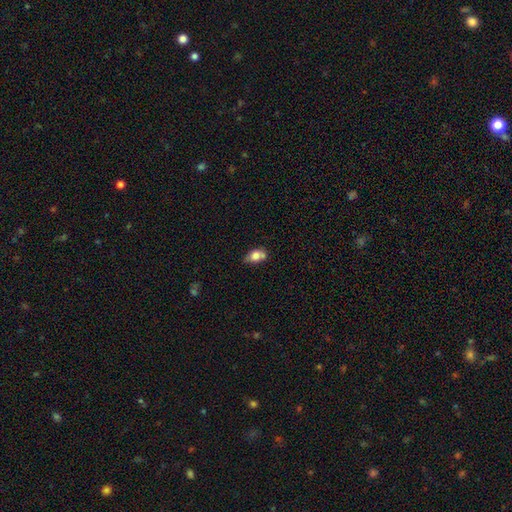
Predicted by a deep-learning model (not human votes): Overall: smooth (75%). How rounded: in between (76%). Merging: none (51%; minor disturbance 24%).